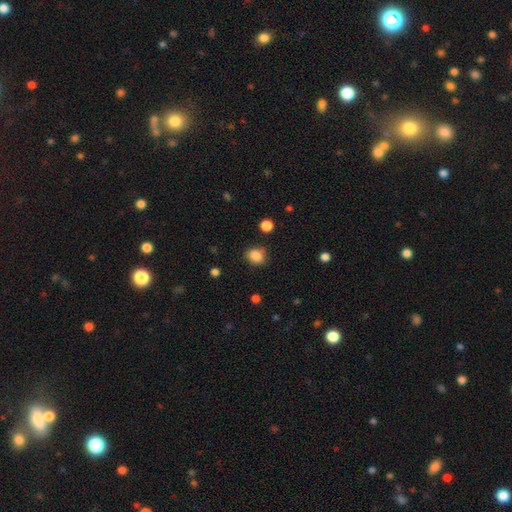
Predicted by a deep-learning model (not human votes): smooth 85%, star or artifact 10%, featured or disk 5%. Down the decision tree: how rounded — round (59%); merging — none (74%).